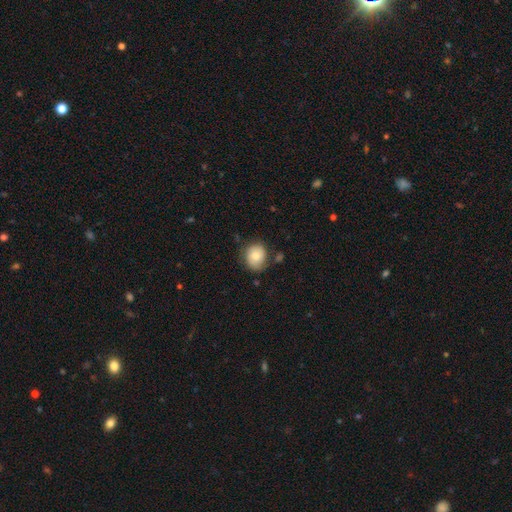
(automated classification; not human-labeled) Smooth or featured? Predicted: smooth (p=0.71). How rounded? Predicted: round (p=0.66). Merging? Predicted: none (p=0.68).